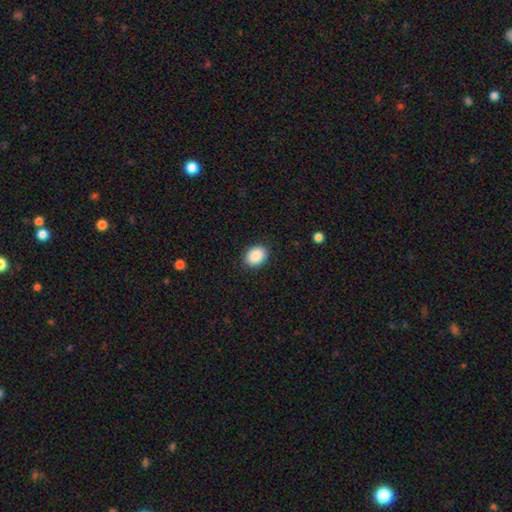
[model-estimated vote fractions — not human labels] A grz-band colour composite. It shows a smooth galaxy with no disk features (90%) that is in between round and cigar-shaped (64%). Merging: none (89%).